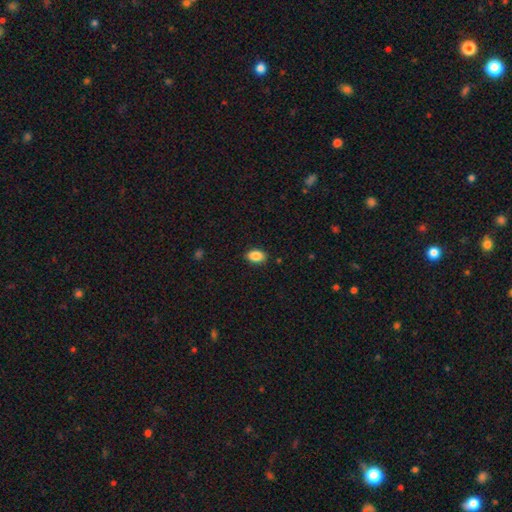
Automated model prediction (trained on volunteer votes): The model was most divided on "how rounded": in between: 87%, round: 11%, cigar-shaped: 2%. More confident: merging — none (88%); smooth or featured — smooth (88%).